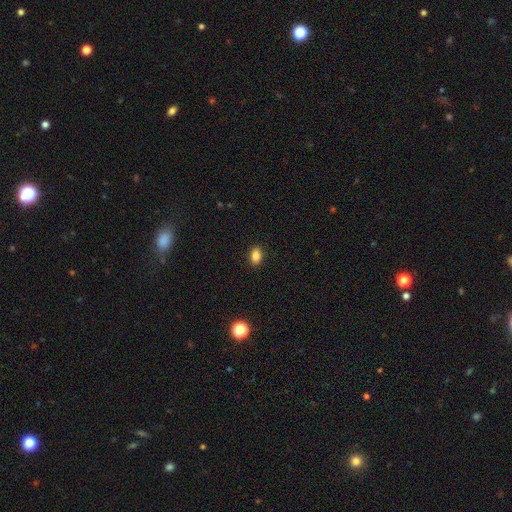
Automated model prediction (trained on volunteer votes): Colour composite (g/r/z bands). It shows a smooth galaxy with no disk features (86%) that is in between round and cigar-shaped (80%). Merging: none (90%).